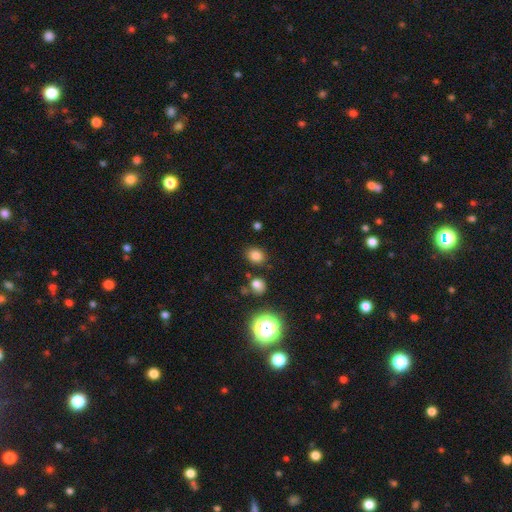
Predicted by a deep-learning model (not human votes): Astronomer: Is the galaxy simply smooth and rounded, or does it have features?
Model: smooth — 80%.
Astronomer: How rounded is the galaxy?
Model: round — 58% (runner-up: in between, 41%).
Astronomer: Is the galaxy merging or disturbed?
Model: none — 82%.